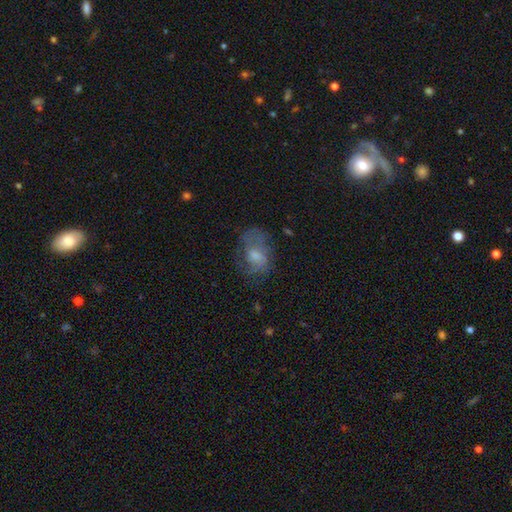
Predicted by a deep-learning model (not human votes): featured or disk 49%, smooth 38%, star or artifact 13%. Down the decision tree: merging — none (55%).